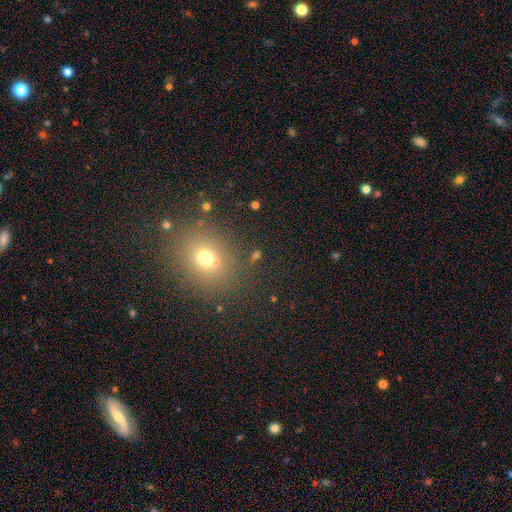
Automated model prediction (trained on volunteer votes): smooth 56%, star or artifact 32%, featured or disk 12%. Down the decision tree: how rounded — round (63%); merging — none (77%).